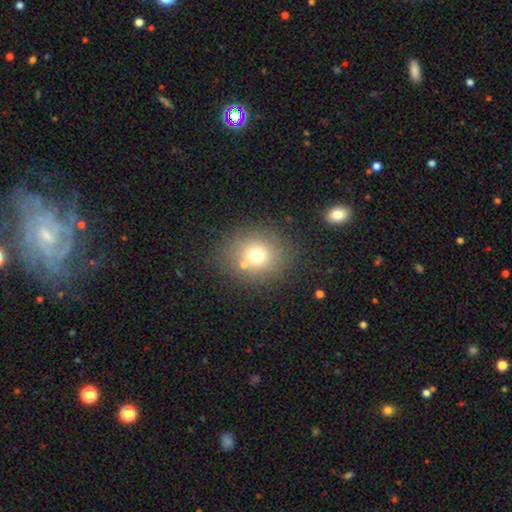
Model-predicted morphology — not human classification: A smooth galaxy with no disk features (68%) that is round (81%).

Vote fractions:
- Smooth or featured? smooth: 68% / star or artifact: 17% / featured or disk: 14%
- How rounded? round: 81% / in between: 18% / cigar-shaped: 1%
- Merging? none: 77% / minor disturbance: 10% / merger: 9% / major disturbance: 5%